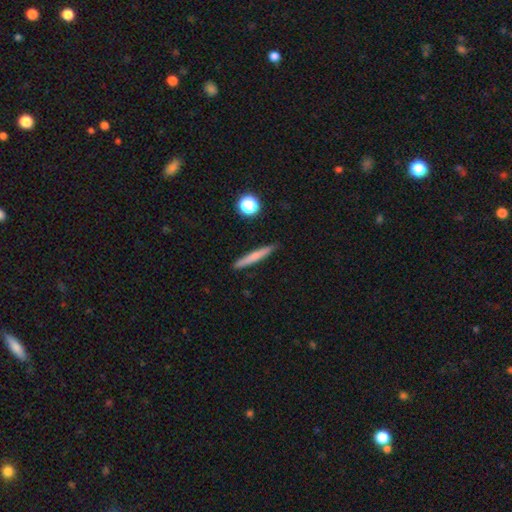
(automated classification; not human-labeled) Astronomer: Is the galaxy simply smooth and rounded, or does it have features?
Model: smooth — 66%.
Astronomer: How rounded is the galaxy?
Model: cigar-shaped — 95%.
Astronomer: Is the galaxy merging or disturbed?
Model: none — 90%.